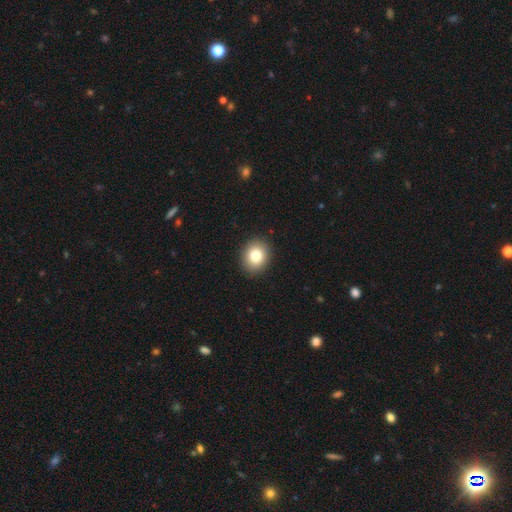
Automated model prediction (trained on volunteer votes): A smooth galaxy with no disk features (81%) that is round (60%).

Vote fractions:
- Smooth or featured? smooth: 81% / star or artifact: 10% / featured or disk: 9%
- How rounded? round: 60% / in between: 39% / cigar-shaped: 1%
- Merging? none: 91% / minor disturbance: 6% / major disturbance: 2% / merger: 1%